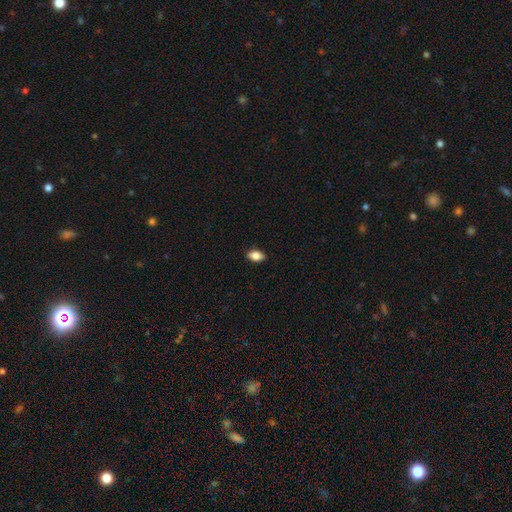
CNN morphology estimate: Smooth or featured: smooth — 82% (featured or disk — 10%)
How rounded: in between — 88% (round — 7%)
Merging: none — 88% (minor disturbance — 9%)